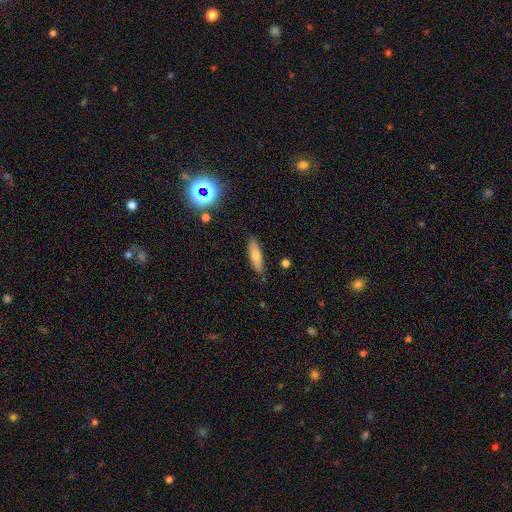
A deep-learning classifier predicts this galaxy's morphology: This appears to be a smooth galaxy with no disk features (67%) that is cigar-shaped (59%). Merging: none (84%).